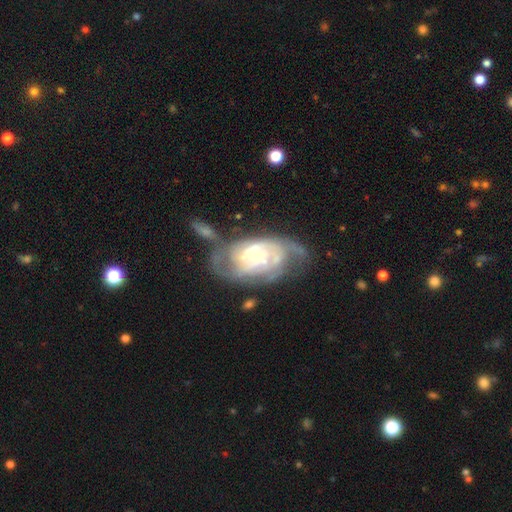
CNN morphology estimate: type=featured or disk (83%); edge-on=no (96%); bar=no (55%); spiral arms=yes (92%); winding=tight (59%); arm count=can't tell (41%); bulge=small (57%); merging=none (35%).